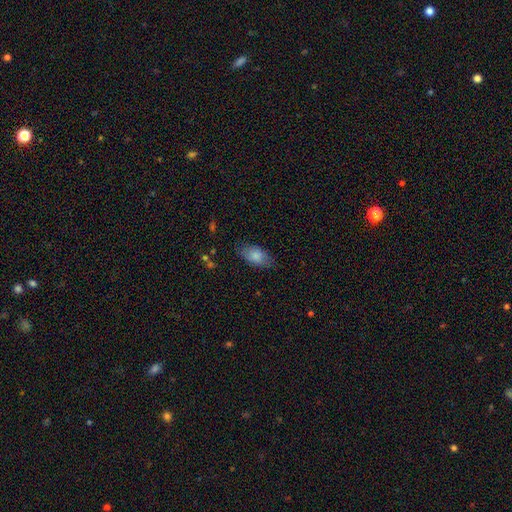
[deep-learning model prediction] Smooth or featured?
  - smooth: 82% *
  - featured or disk: 12%
  - star or artifact: 7%
How rounded?
  - in between: 91% *
  - round: 5%
  - cigar-shaped: 4%
Merging?
  - none: 77% *
  - minor disturbance: 17%
  - major disturbance: 4%
  - merger: 1%